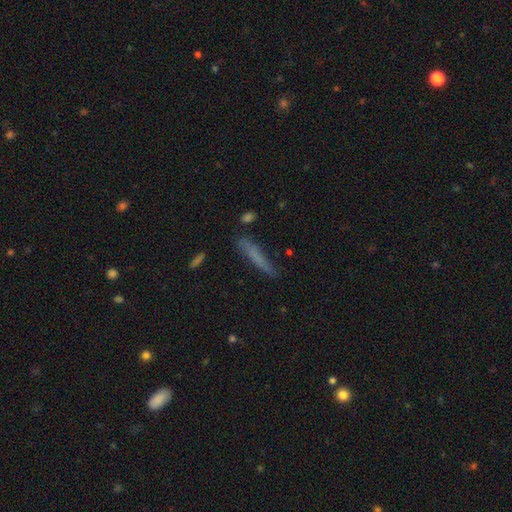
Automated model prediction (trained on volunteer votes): Smooth or featured? Predicted: smooth (p=0.67). How rounded? Predicted: cigar-shaped (p=0.93). Merging? Predicted: none (p=0.77).